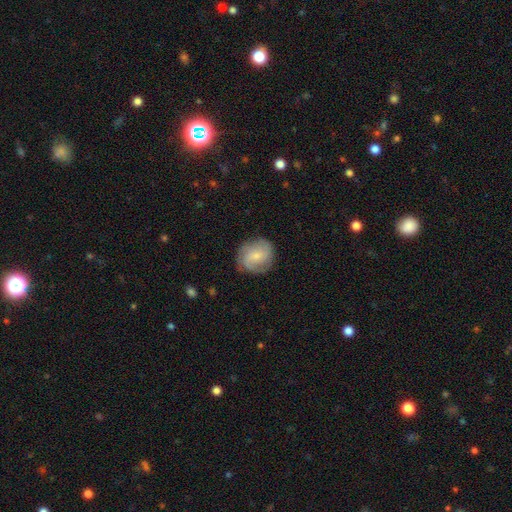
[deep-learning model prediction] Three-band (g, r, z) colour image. It shows a smooth galaxy with no disk features (47%). Merging: none (80%).